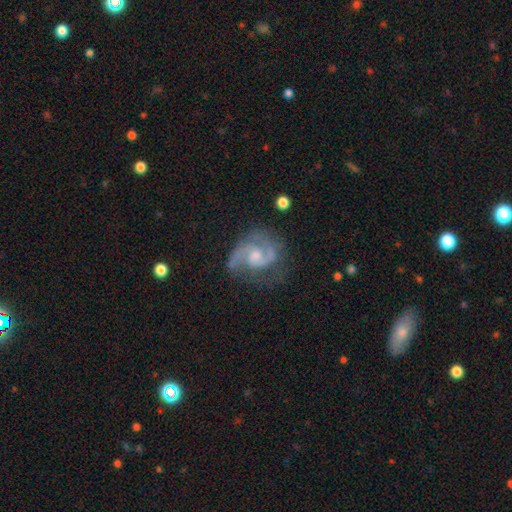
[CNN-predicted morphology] smooth_or_featured: featured or disk (p=0.87) [alt: smooth p=0.07]
disk_edge_on: no (p=0.98) [alt: yes p=0.02]
bar: no (p=0.54) [alt: weak p=0.39]
has_spiral_arms: yes (p=0.97) [alt: no p=0.03]
spiral_winding: medium (p=0.55) [alt: tight p=0.26]
spiral_arm_count: 2 (p=0.84) [alt: can't tell p=0.05]
bulge_size: moderate (p=0.49) [alt: small p=0.42]
merging: none (p=0.68) [alt: minor disturbance p=0.19]